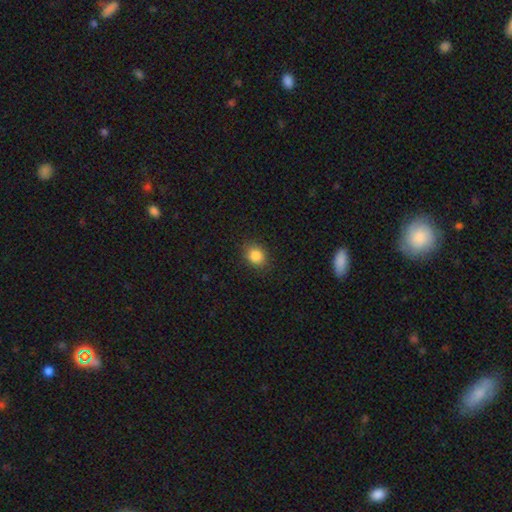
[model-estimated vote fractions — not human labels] Morphology: type=smooth (85%); roundness=round (59%); merging=none (87%).